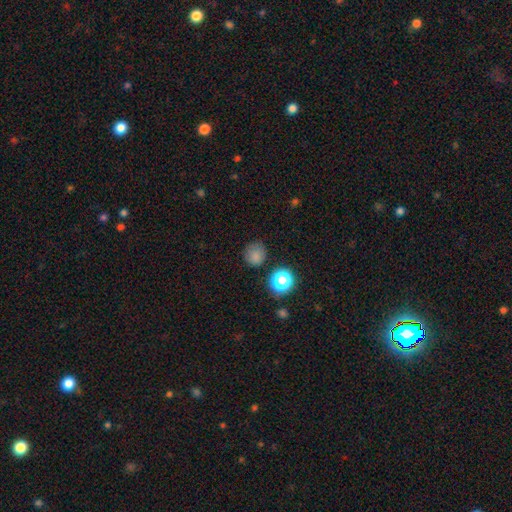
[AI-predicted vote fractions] smooth_or_featured: smooth (p=0.77) [alt: star or artifact p=0.17]
how_rounded: round (p=0.87) [alt: in between p=0.12]
merging: none (p=0.79) [alt: minor disturbance p=0.14]